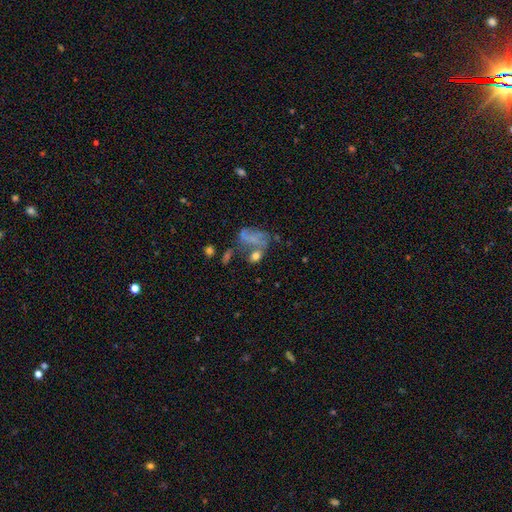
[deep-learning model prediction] Overall: smooth (55%; featured or disk 29%). How rounded: in between (67%; round 29%). Merging: merger (30%, tied with none).